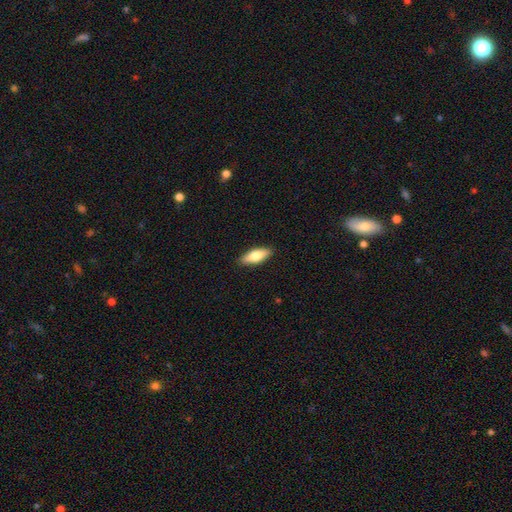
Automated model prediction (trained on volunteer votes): smooth 71%, featured or disk 23%, star or artifact 6%. Down the decision tree: how rounded — in between (67%); merging — none (89%).